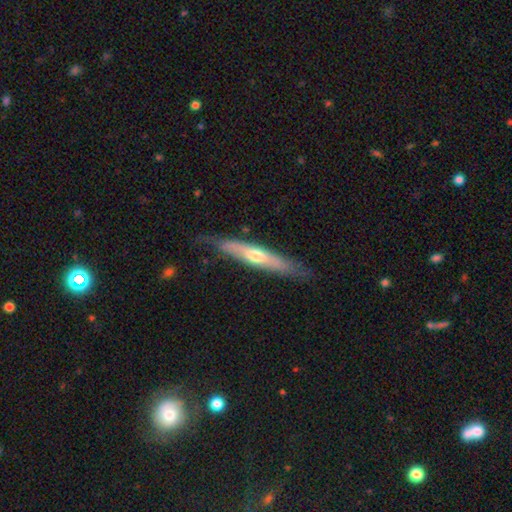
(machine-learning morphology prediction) Smooth or featured? featured or disk (52%)
Edge-on disk? yes (81%)
Merging? none (74%)